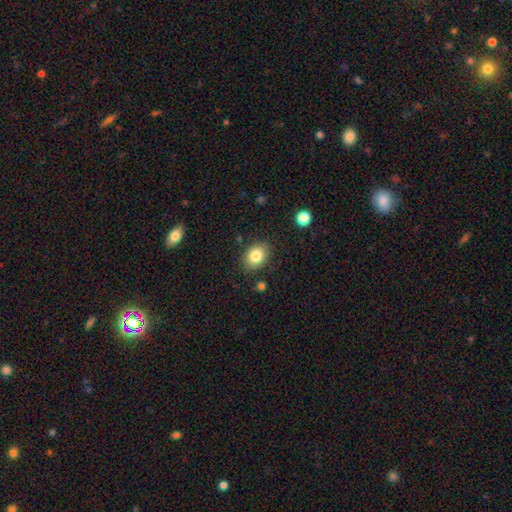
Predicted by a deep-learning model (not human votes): A smooth galaxy with no disk features (83%) that is in between round and cigar-shaped (59%). Merging: none (84%).